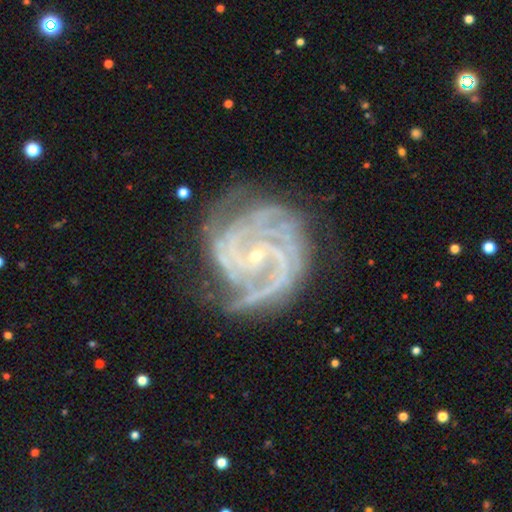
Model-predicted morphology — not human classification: Smooth or featured? featured or disk (91%)
Edge-on disk? no (98%)
Bar? no (57%)
Spiral arms? yes (98%)
Spiral winding? tight (66%)
Spiral arm count? 3 (29%)
Bulge size? small (86%)
Merging? none (63%)